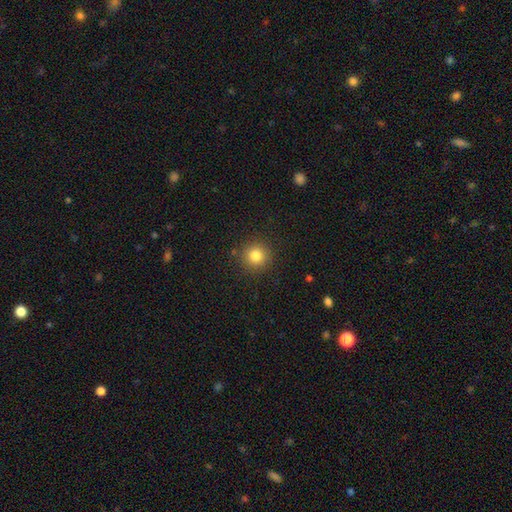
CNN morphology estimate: This appears to be a smooth galaxy with no disk features (82%) that is round (94%). Merging: none (90%).